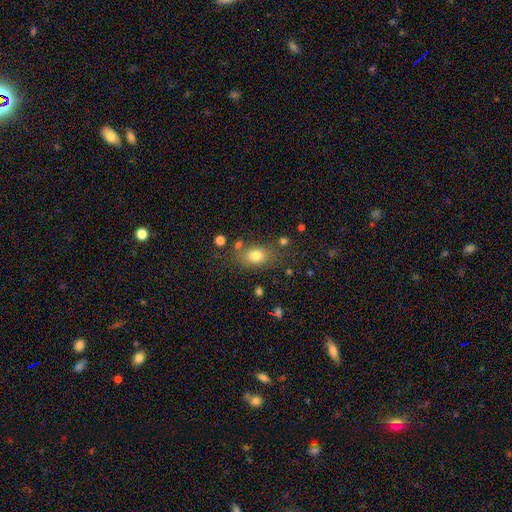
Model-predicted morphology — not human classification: smooth_or_featured: smooth (p=0.78) [alt: star or artifact p=0.12]
how_rounded: in between (p=0.70) [alt: round p=0.28]
merging: none (p=0.71) [alt: minor disturbance p=0.16]